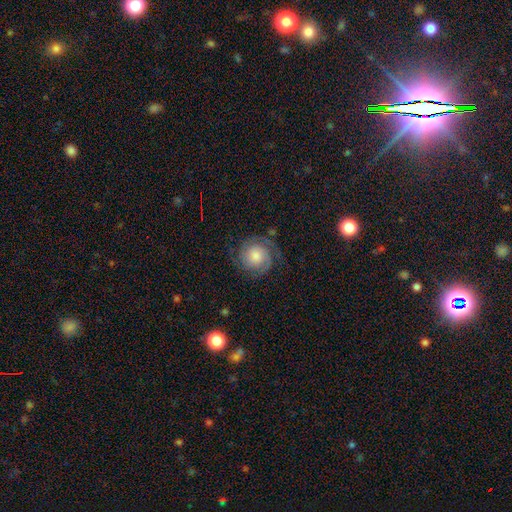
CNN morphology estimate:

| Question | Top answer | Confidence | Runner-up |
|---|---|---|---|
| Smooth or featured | featured or disk | 69% | smooth (22%) |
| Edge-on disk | no | 98% | yes (2%) |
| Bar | no | 77% | weak (20%) |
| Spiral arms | yes | 95% | no (5%) |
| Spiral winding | tight | 61% | medium (30%) |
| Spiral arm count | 2 | 63% | can't tell (15%) |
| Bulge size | moderate | 43% | large (23%) |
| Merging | none | 77% | minor disturbance (15%) |